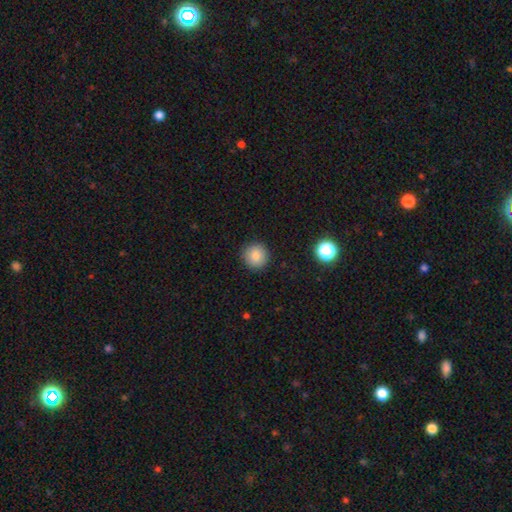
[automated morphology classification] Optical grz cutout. It shows a smooth galaxy with no disk features (84%) that is round (94%). Merging: none (91%).